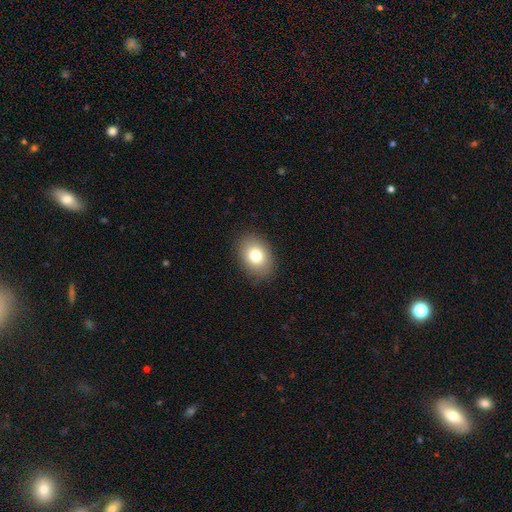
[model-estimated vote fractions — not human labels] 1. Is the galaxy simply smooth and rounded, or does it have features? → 79% smooth, 12% featured or disk, 10% star or artifact.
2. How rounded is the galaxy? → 72% in between, 27% round, 1% cigar-shaped.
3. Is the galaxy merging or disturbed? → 87% none, 9% minor disturbance, 3% major disturbance, 1% merger.